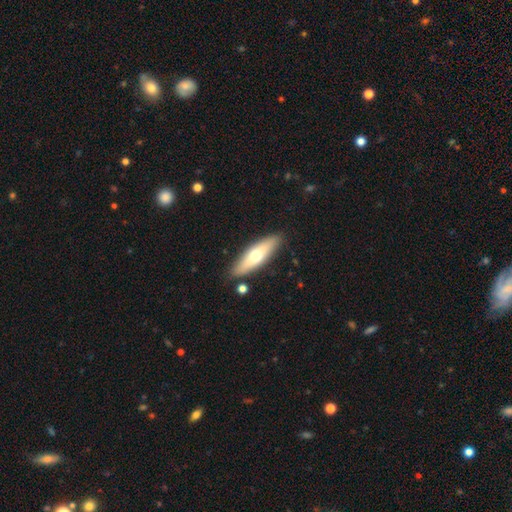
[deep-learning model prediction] Smooth or featured: smooth — 57% (featured or disk — 38%)
How rounded: cigar-shaped — 54% (in between — 44%)
Merging: none — 86% (minor disturbance — 9%)